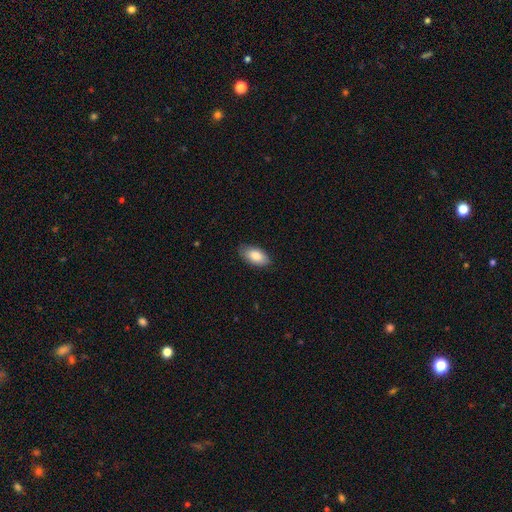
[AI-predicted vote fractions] The model was most divided on "merging": none: 83%, minor disturbance: 14%, major disturbance: 2%, merger: 1%. More confident: how rounded — in between (94%); smooth or featured — smooth (85%).